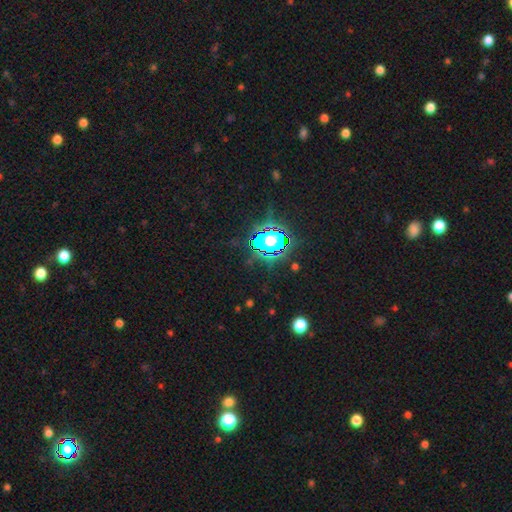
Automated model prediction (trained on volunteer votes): This is clearly a star or artifact rather than a galaxy (80%).